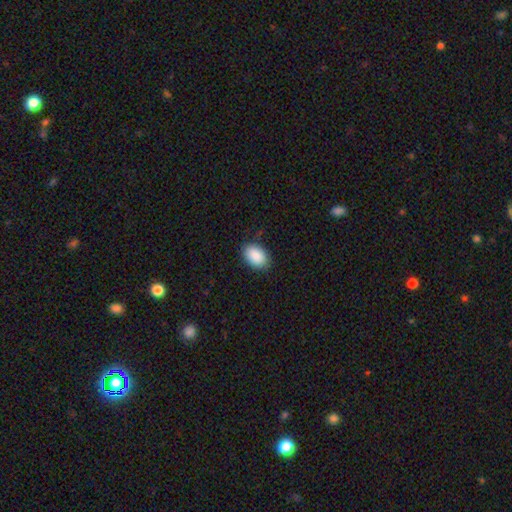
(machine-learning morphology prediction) This is clearly a smooth galaxy (90%). How rounded: clearly in between (88%). Merging: clearly none (87%).